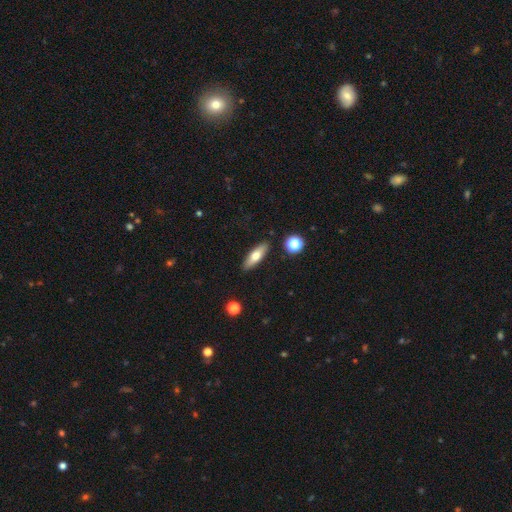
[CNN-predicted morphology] Q: Smooth or featured?
A: smooth (66%); runner-up: featured or disk (27%)
Q: How rounded?
A: in between (53%); runner-up: cigar-shaped (44%)
Q: Merging?
A: none (88%); runner-up: minor disturbance (8%)